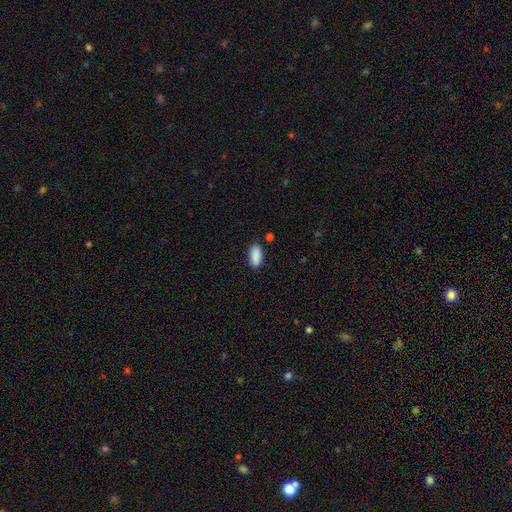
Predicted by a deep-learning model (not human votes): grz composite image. It shows a smooth galaxy with no disk features (90%) that is in between round and cigar-shaped (88%). Merging: none (85%).